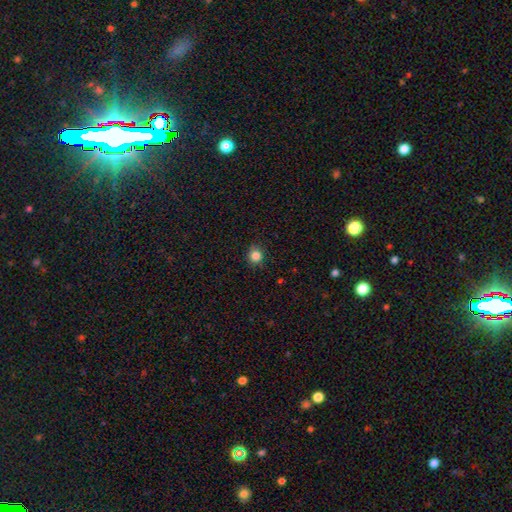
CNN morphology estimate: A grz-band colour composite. It shows a smooth galaxy with no disk features (84%) that is round (85%). Merging: none (87%).